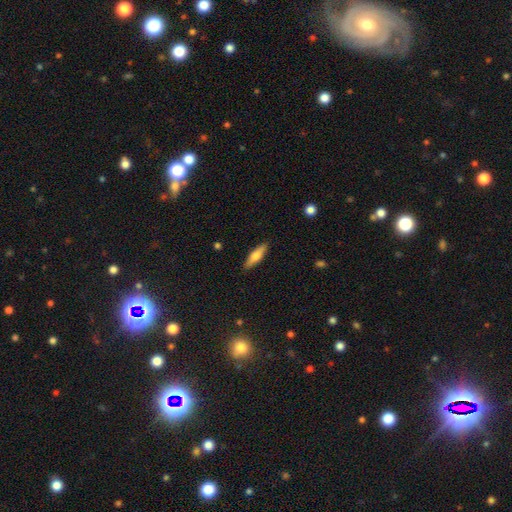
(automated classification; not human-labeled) smooth 61%, featured or disk 33%, star or artifact 6%. Down the decision tree: how rounded — cigar-shaped (63%); merging — none (89%).